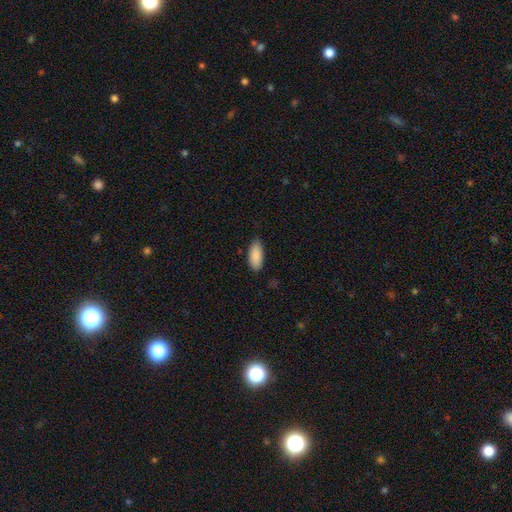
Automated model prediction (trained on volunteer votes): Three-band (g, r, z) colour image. It shows a smooth galaxy with no disk features (90%) that is in between round and cigar-shaped (86%). Merging: none (83%).